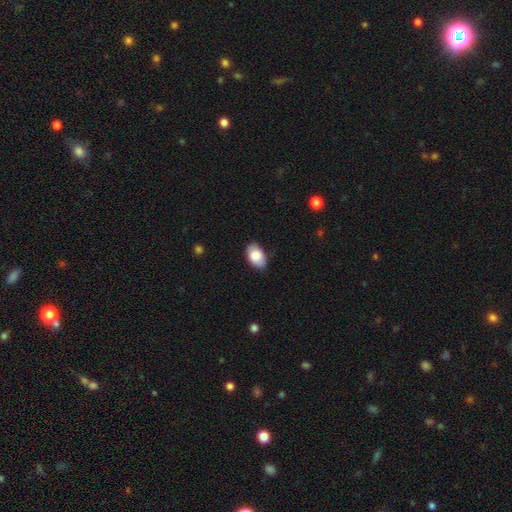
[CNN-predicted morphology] Smooth or featured?
  - smooth: 84% *
  - featured or disk: 9%
  - star or artifact: 7%
How rounded?
  - in between: 91% *
  - round: 8%
  - cigar-shaped: 1%
Merging?
  - none: 80% *
  - minor disturbance: 17%
  - major disturbance: 2%
  - merger: 1%